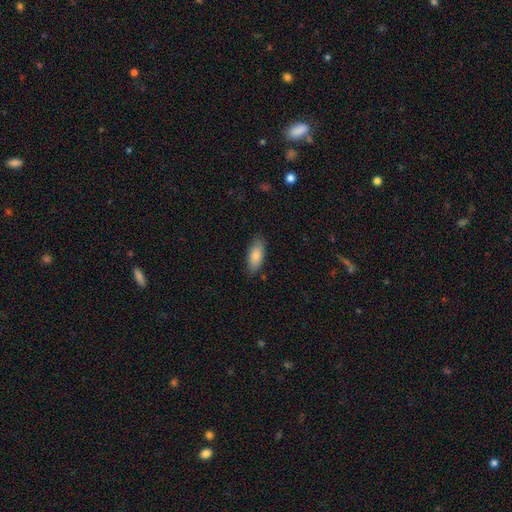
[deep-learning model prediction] A smooth galaxy with no disk features (82%) that is in between round and cigar-shaped (84%).

Vote fractions:
- Smooth or featured? smooth: 82% / featured or disk: 12% / star or artifact: 6%
- How rounded? in between: 84% / cigar-shaped: 14% / round: 2%
- Merging? none: 82% / minor disturbance: 15% / major disturbance: 3% / merger: 1%